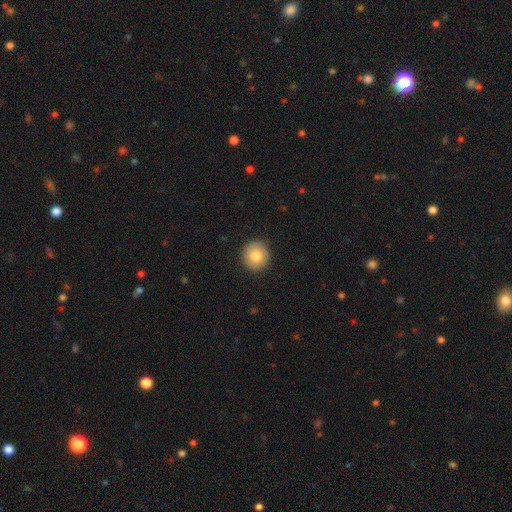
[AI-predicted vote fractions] A smooth galaxy with no disk features (82%) that is round (92%). Merging: none (91%).